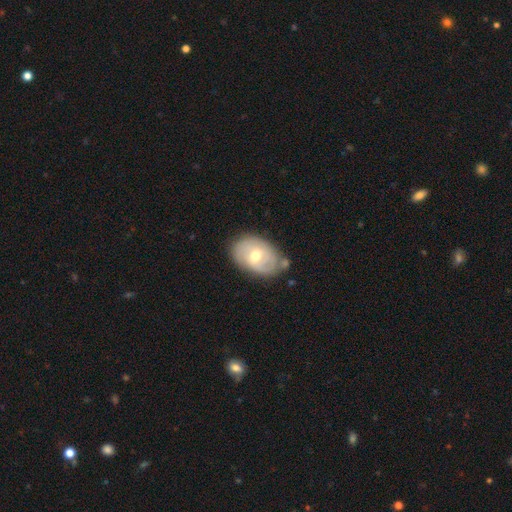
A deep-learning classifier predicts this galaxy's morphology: Overall: featured or disk (55%; smooth 39%). Edge-on disk: no (94%). Bar: no (58%; weak 35%). Spiral arms: yes (59%; no 41%). Bulge size: moderate (71%). Merging: none (65%).